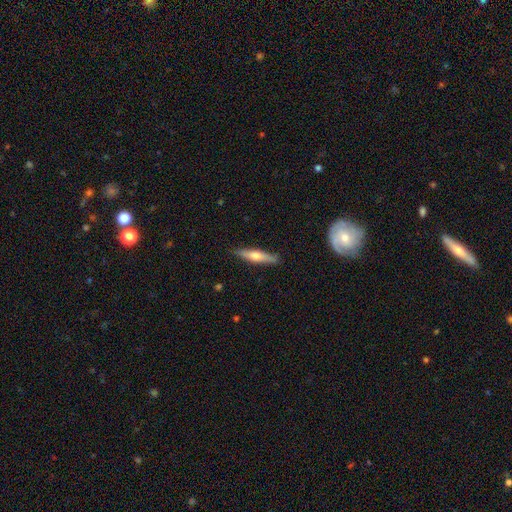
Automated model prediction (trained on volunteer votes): smooth_or_featured: smooth (p=0.48) [alt: featured or disk p=0.47]
merging: none (p=0.89) [alt: minor disturbance p=0.08]